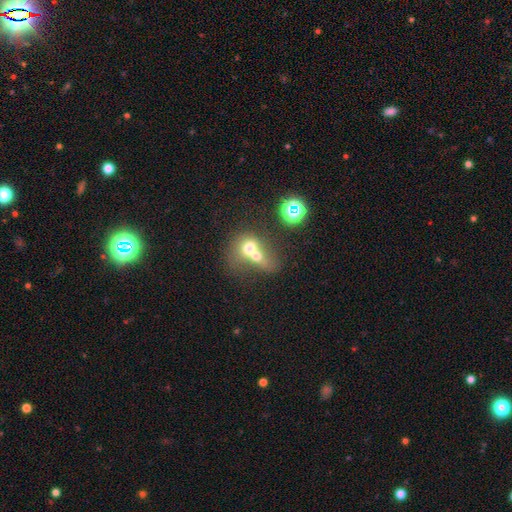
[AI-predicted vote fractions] Overall: smooth (60%; featured or disk 26%). How rounded: round (60%; in between 38%). Merging: merger (76%).